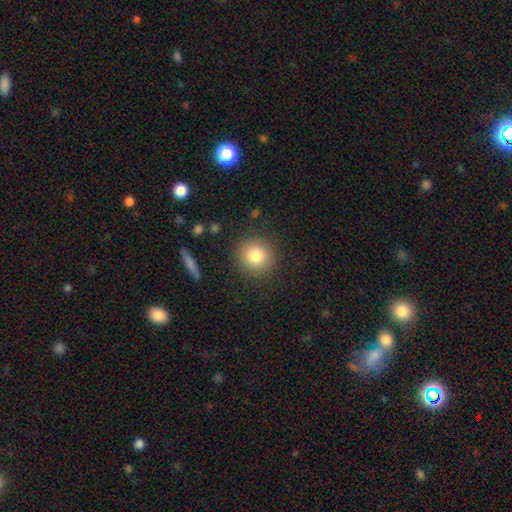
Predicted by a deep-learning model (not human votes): Smooth or featured: smooth — 80% (star or artifact — 11%)
How rounded: round — 92% (in between — 7%)
Merging: none — 89% (minor disturbance — 7%)